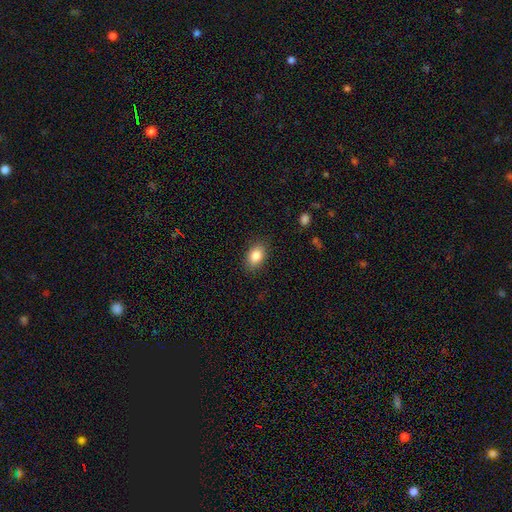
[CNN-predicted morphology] Smooth or featured?
  - smooth: 85% *
  - star or artifact: 9%
  - featured or disk: 7%
How rounded?
  - in between: 82% *
  - round: 16%
  - cigar-shaped: 1%
Merging?
  - none: 86% *
  - minor disturbance: 10%
  - major disturbance: 3%
  - merger: 1%